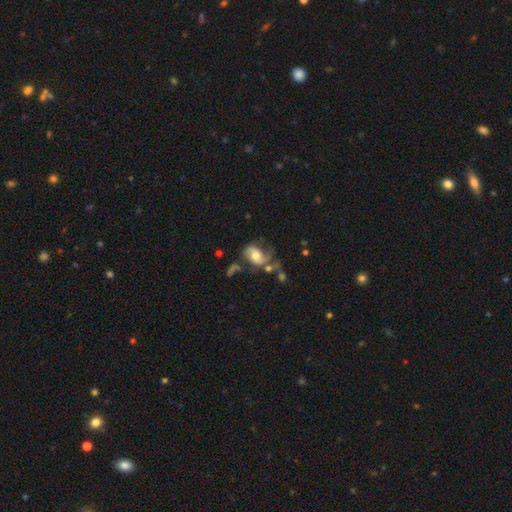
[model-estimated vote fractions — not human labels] Smooth or featured? featured or disk (65%)
Edge-on disk? no (97%)
Bar? no (59%)
Spiral arms? yes (86%)
Spiral winding? loose (46%)
Spiral arm count? 2 (73%)
Bulge size? moderate (54%)
Merging? none (34%)